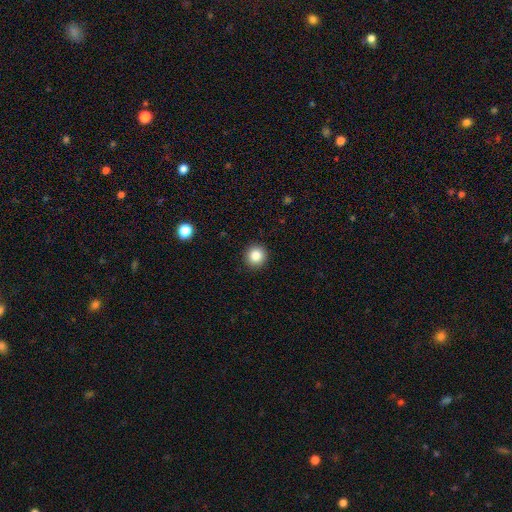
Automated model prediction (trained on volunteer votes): Smooth or featured? Predicted: smooth (p=0.86). How rounded? Predicted: round (p=0.94). Merging? Predicted: none (p=0.92).